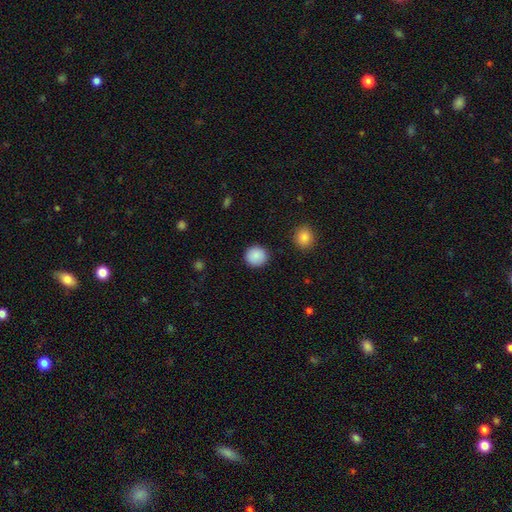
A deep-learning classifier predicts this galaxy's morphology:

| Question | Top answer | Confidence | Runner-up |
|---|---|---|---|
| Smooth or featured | smooth | 88% | star or artifact (8%) |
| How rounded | round | 92% | in between (7%) |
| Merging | none | 91% | minor disturbance (6%) |